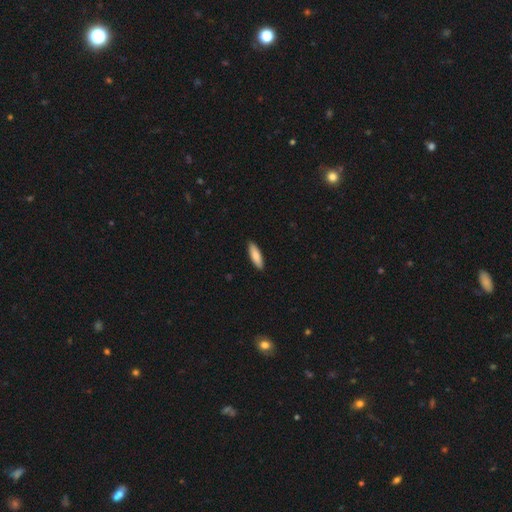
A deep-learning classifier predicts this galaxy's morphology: The model was most divided on "how rounded": cigar-shaped: 54%, in between: 45%, round: 2%. More confident: merging — none (90%); smooth or featured — smooth (84%).